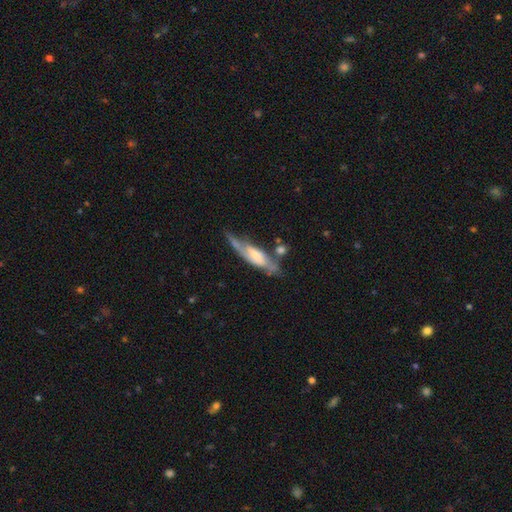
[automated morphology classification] smooth-or-featured: featured or disk: 64% | smooth: 30% | star or artifact: 6%
  disk-edge-on: no: 61% | yes: 39%
  merging: none: 44% | minor disturbance: 26% | major disturbance: 18% | merger: 12%